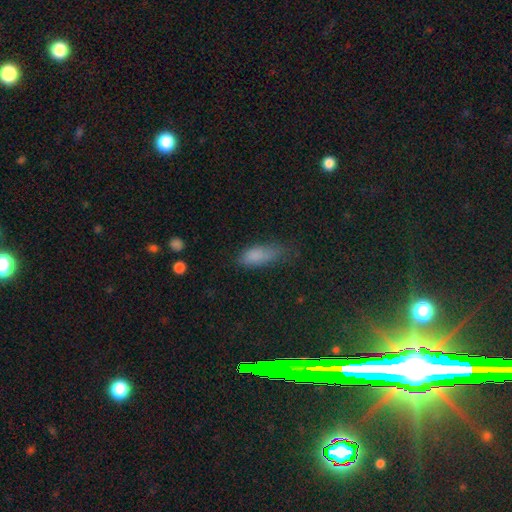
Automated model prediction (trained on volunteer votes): This is clearly a smooth galaxy (83%). How rounded: likely in between (77%). Merging: possibly none (48%).